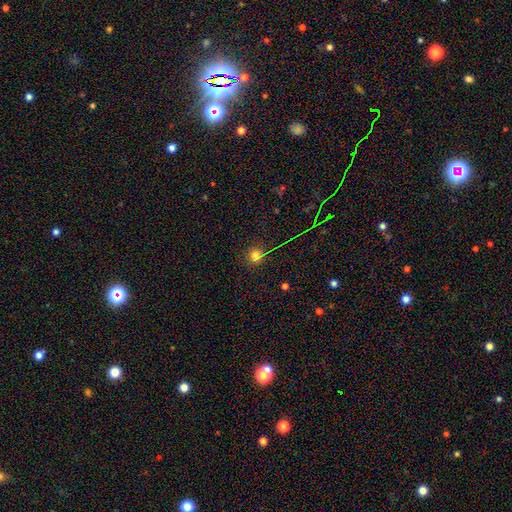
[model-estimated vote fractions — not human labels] Overall: smooth (71%). How rounded: round (90%). Merging: none (84%).